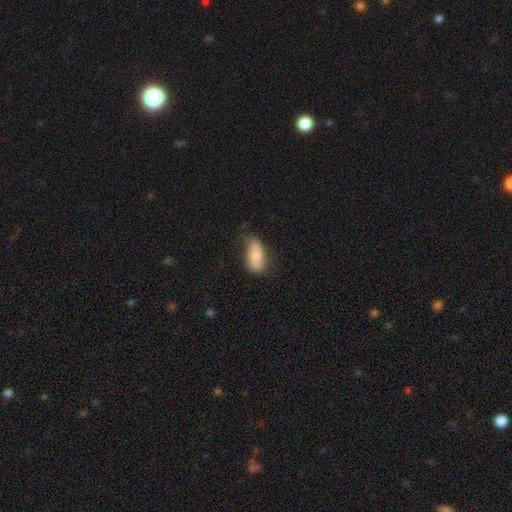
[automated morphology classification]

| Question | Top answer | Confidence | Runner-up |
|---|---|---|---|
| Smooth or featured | smooth | 66% | featured or disk (27%) |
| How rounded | in between | 76% | cigar-shaped (21%) |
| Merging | none | 63% | minor disturbance (28%) |